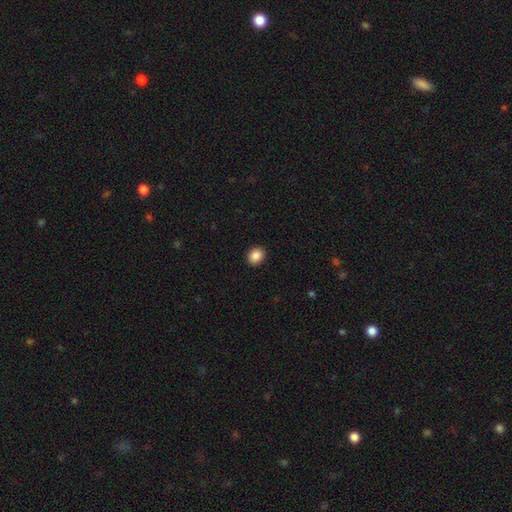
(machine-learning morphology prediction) This appears to be a smooth galaxy with no disk features (88%) that is round (68%). Merging: none (91%).